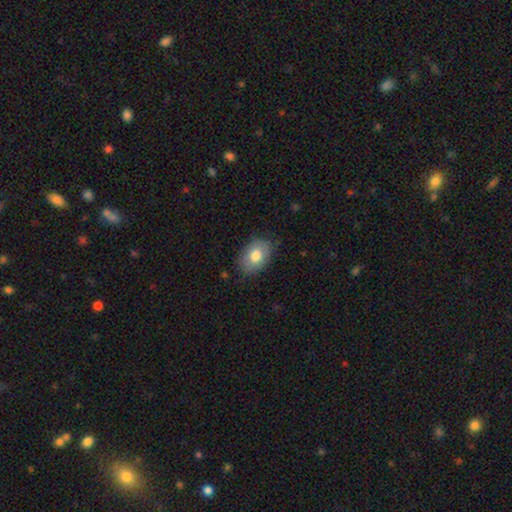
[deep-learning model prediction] A smooth galaxy with no disk features (78%) that is in between round and cigar-shaped (83%). Merging: none (82%).